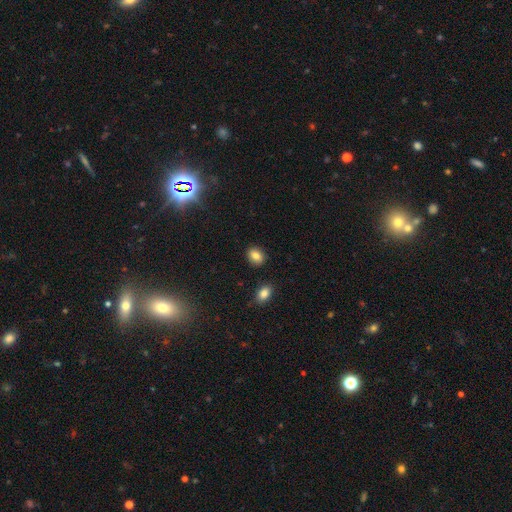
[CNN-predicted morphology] type=smooth (84%); roundness=in between (63%); merging=none (88%).